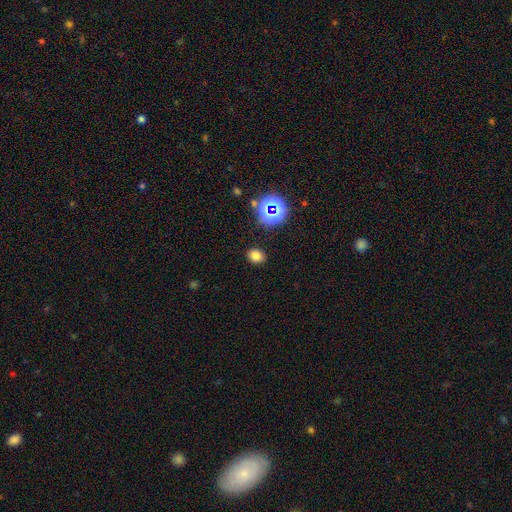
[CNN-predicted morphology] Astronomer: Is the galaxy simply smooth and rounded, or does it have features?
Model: smooth — 76%.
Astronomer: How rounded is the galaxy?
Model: round — 52% (runner-up: in between, 47%).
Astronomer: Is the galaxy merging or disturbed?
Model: none — 88%.